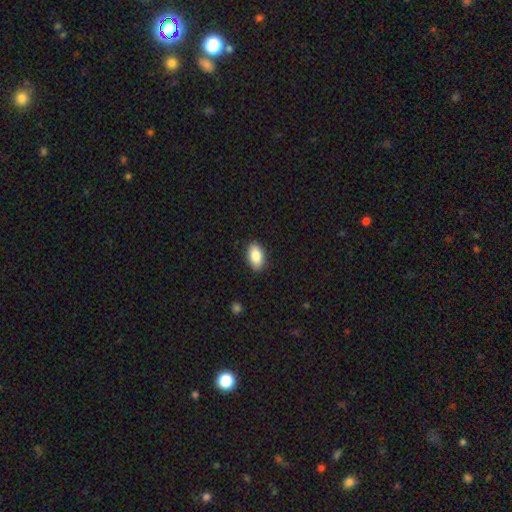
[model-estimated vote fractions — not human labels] A smooth galaxy with no disk features (85%) that is in between round and cigar-shaped (92%).

Vote fractions:
- Smooth or featured? smooth: 85% / featured or disk: 8% / star or artifact: 7%
- How rounded? in between: 92% / round: 6% / cigar-shaped: 2%
- Merging? none: 88% / minor disturbance: 9% / major disturbance: 2% / merger: 1%